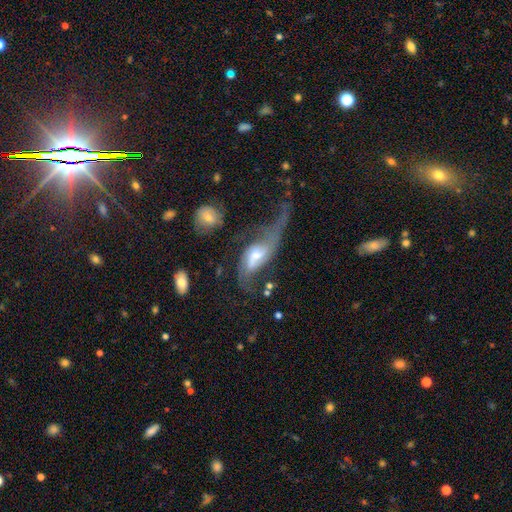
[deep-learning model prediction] A featured or disk galaxy (74%) with a weak bar (44%), 2 (72%) loose (74%) spiral arms (86%) and a moderate central bulge (51%).

Vote fractions:
- Smooth or featured? featured or disk: 74% / smooth: 17% / star or artifact: 8%
- Edge-on disk? no: 91% / yes: 9%
- Bar? weak: 44% / no: 40% / strong: 15%
- Spiral arms? yes: 86% / no: 14%
- Spiral winding? loose: 74% / medium: 20% / tight: 6%
- Spiral arm count? 2: 72% / 1: 13% / can't tell: 9% / 3: 3% / 4: 2% / more than 4: 2%
- Bulge size? moderate: 51% / small: 30% / large: 12% / none: 5% / dominant: 2%
- Merging? major disturbance: 52% / none: 22% / minor disturbance: 14% / merger: 12%